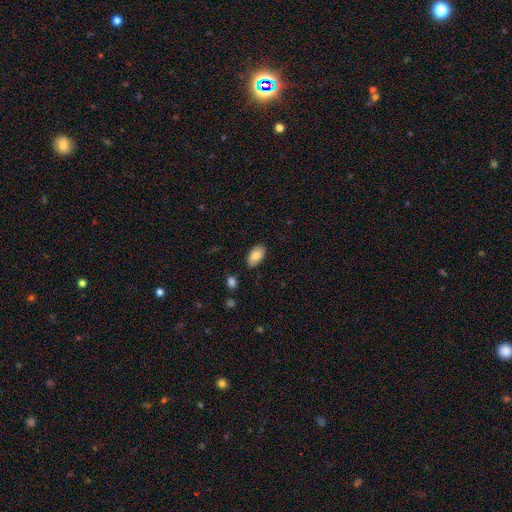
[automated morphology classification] This is clearly a smooth galaxy (84%). How rounded: clearly in between (94%). Merging: clearly none (85%).